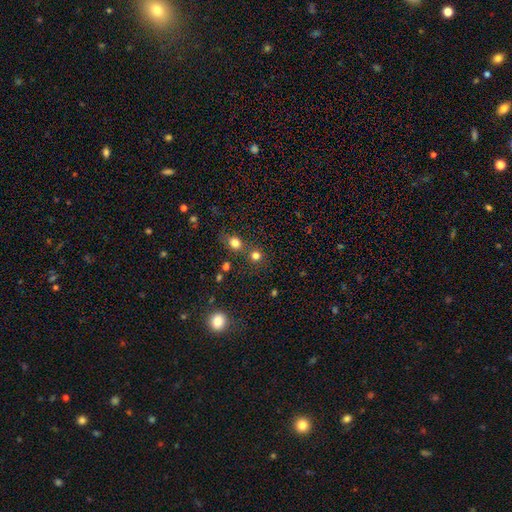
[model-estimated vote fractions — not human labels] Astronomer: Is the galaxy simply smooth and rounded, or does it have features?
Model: smooth — 77%.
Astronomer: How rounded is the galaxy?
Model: round — 85%.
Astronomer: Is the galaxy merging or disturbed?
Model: none — 64%.